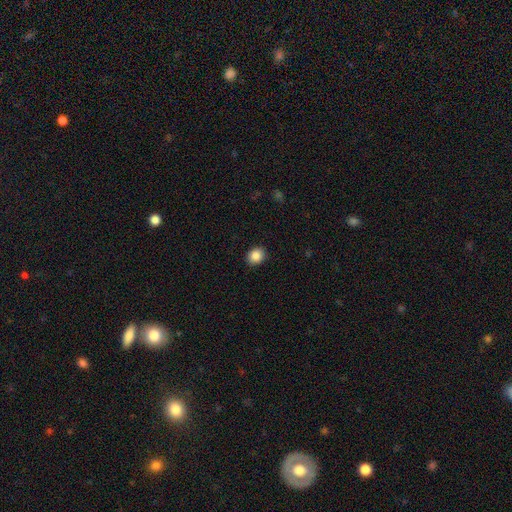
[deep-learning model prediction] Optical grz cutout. It shows a smooth galaxy with no disk features (87%) that is round (64%). Merging: none (91%).